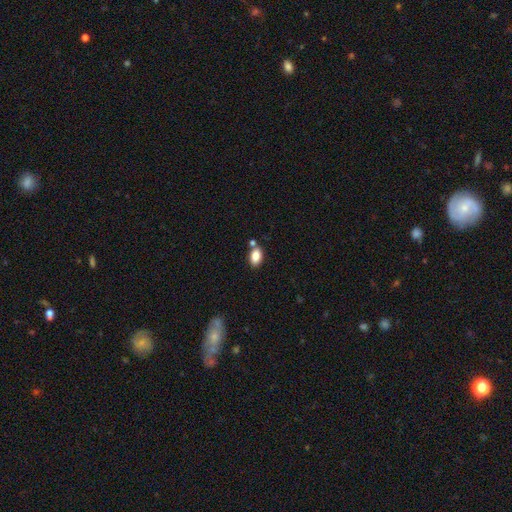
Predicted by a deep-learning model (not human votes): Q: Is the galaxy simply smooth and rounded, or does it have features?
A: smooth — 85%.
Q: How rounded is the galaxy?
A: in between — 90%.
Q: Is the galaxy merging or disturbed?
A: none — 72%.